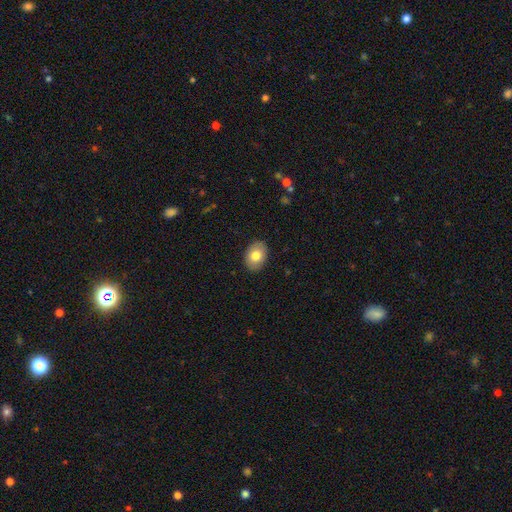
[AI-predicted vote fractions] Smooth or featured?
  - smooth: 79% *
  - featured or disk: 14%
  - star or artifact: 7%
How rounded?
  - in between: 78% *
  - round: 21%
  - cigar-shaped: 1%
Merging?
  - none: 89% *
  - minor disturbance: 8%
  - major disturbance: 2%
  - merger: 1%